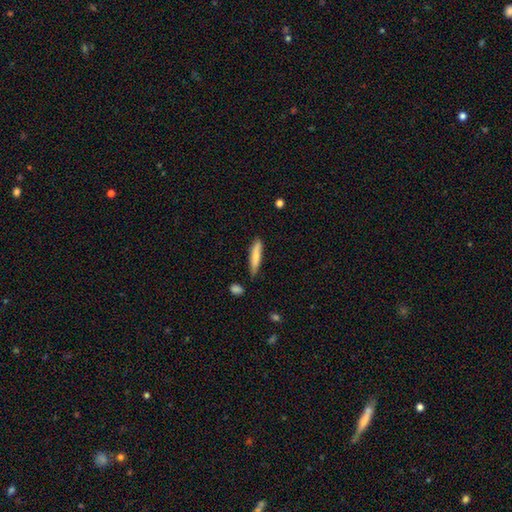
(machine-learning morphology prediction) type=smooth (74%); roundness=cigar-shaped (86%); merging=none (75%).